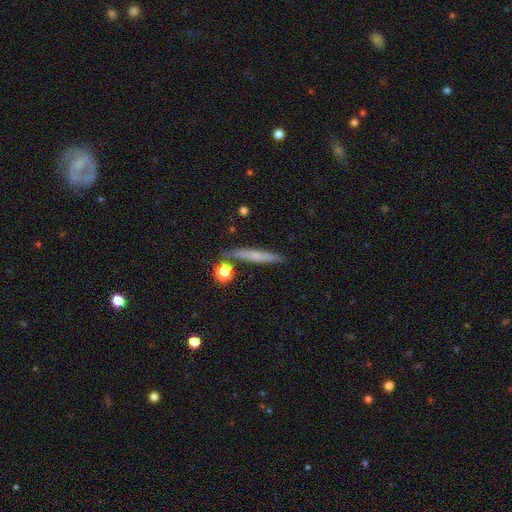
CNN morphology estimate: smooth_or_featured: smooth (p=0.54) [alt: featured or disk p=0.37]
how_rounded: cigar-shaped (p=0.90) [alt: in between p=0.06]
merging: none (p=0.80) [alt: minor disturbance p=0.11]